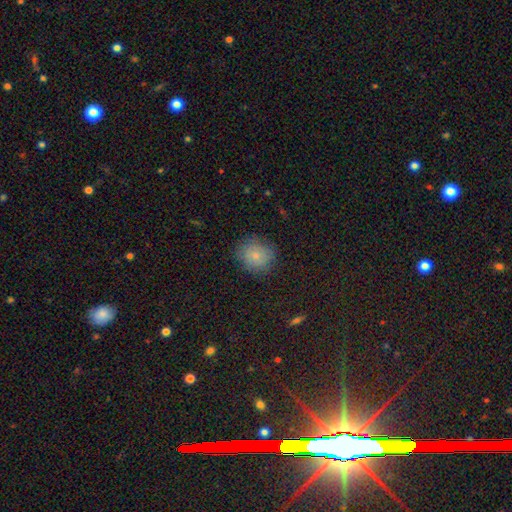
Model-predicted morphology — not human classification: Overall: smooth (75%). How rounded: round (79%). Merging: none (80%).